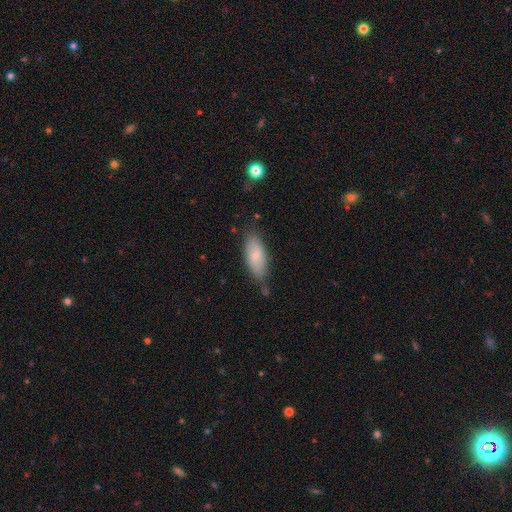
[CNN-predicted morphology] This appears to be a smooth galaxy with no disk features (77%) that is in between round and cigar-shaped (81%). Merging: none (71%).